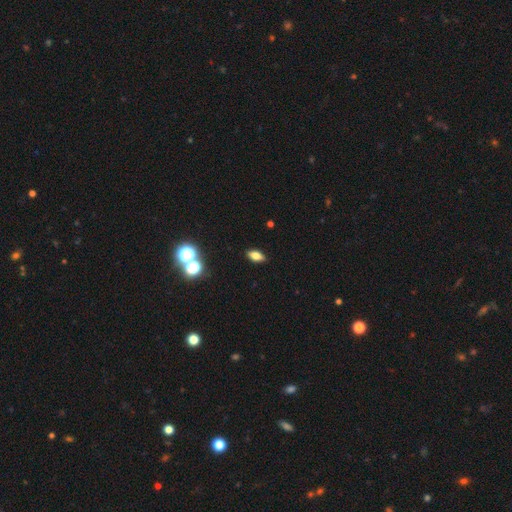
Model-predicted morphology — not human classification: The model was most divided on "smooth or featured": smooth: 73%, featured or disk: 14%, star or artifact: 13%. More confident: merging — none (89%); how rounded — in between (84%).